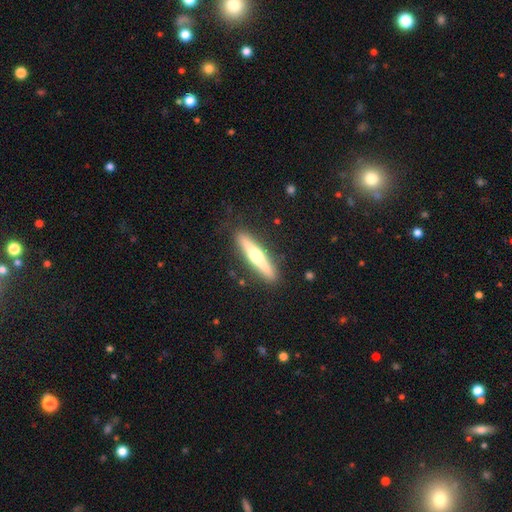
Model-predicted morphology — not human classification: Smooth or featured? Predicted: featured or disk (p=0.60). Edge-on disk? Predicted: yes (p=0.96). Edge-on bulge? Predicted: rounded (p=0.92). Merging? Predicted: none (p=0.89).